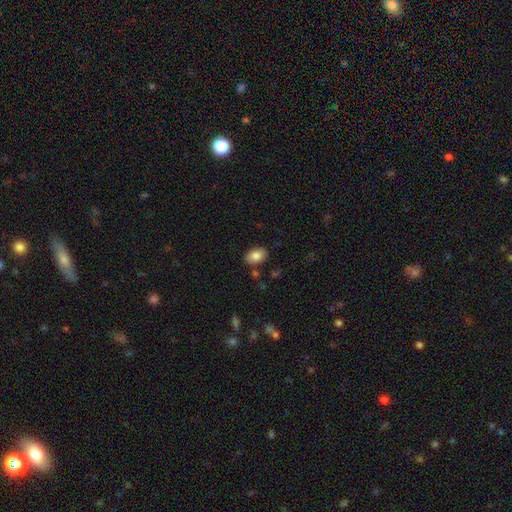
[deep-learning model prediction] Smooth or featured? Predicted: smooth (p=0.83). How rounded? Predicted: in between (p=0.86). Merging? Predicted: none (p=0.84).